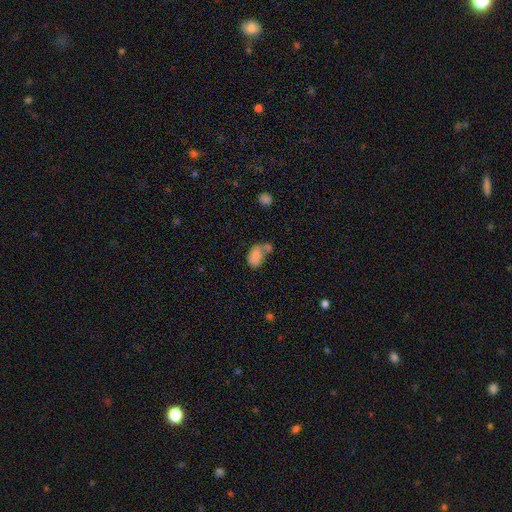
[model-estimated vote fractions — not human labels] Q: Smooth or featured?
A: smooth (78%); runner-up: featured or disk (14%)
Q: How rounded?
A: in between (83%); runner-up: round (15%)
Q: Merging?
A: merger (44%); runner-up: none (30%)